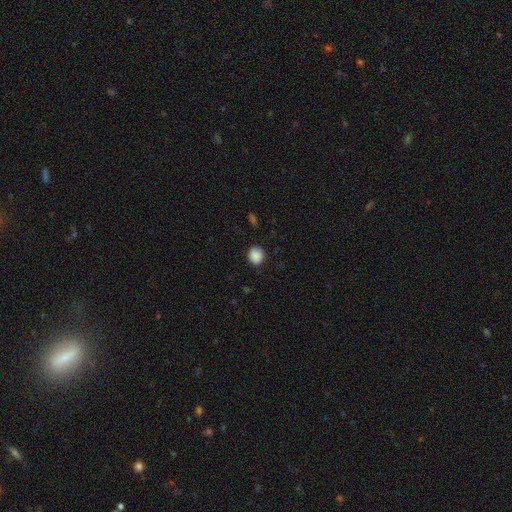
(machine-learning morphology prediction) A smooth galaxy with no disk features (88%) that is round (80%).

Vote fractions:
- Smooth or featured? smooth: 88% / star or artifact: 9% / featured or disk: 3%
- How rounded? round: 80% / in between: 19% / cigar-shaped: 1%
- Merging? none: 83% / minor disturbance: 13% / major disturbance: 3% / merger: 1%